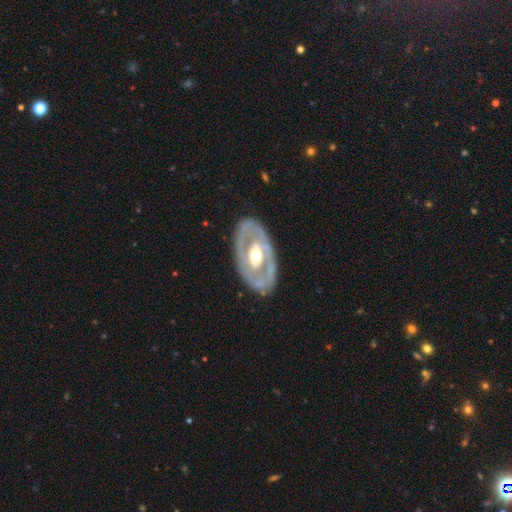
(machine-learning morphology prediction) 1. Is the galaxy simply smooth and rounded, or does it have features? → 75% featured or disk, 20% smooth, 5% star or artifact.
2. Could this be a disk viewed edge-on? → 89% no, 11% yes.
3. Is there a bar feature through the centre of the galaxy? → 64% no, 23% weak, 13% strong.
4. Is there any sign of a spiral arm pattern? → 66% no, 34% yes.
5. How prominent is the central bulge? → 71% moderate, 16% large, 11% small, 1% dominant, 1% none.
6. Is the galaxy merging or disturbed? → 81% none, 13% minor disturbance, 5% major disturbance, 1% merger.